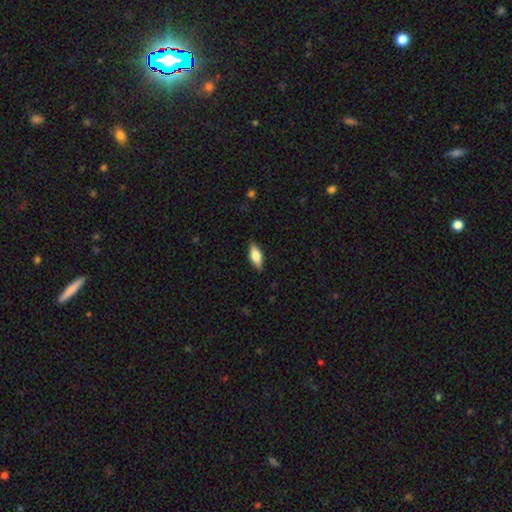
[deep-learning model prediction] A smooth galaxy with no disk features (67%) that is in between round and cigar-shaped (78%).

Vote fractions:
- Smooth or featured? smooth: 67% / featured or disk: 27% / star or artifact: 6%
- How rounded? in between: 78% / cigar-shaped: 19% / round: 3%
- Merging? none: 86% / minor disturbance: 11% / major disturbance: 2% / merger: 1%